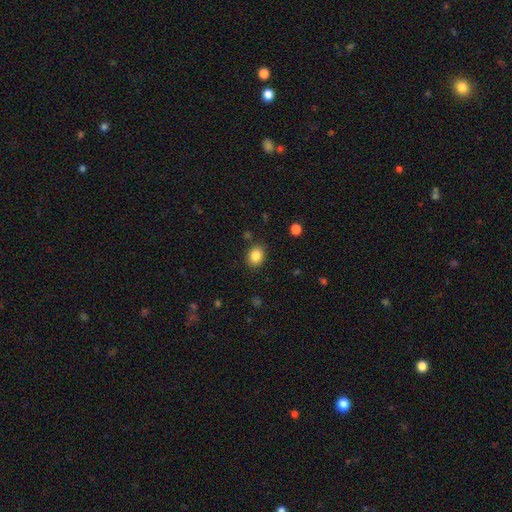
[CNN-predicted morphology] This appears to be a smooth galaxy with no disk features (85%) that is round (51%). Merging: none (85%).